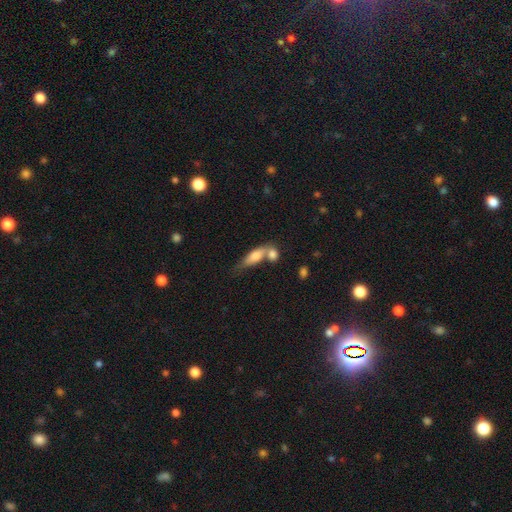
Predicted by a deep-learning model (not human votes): smooth 71%, featured or disk 22%, star or artifact 7%. Down the decision tree: how rounded — in between (62%); merging — merger (49%).